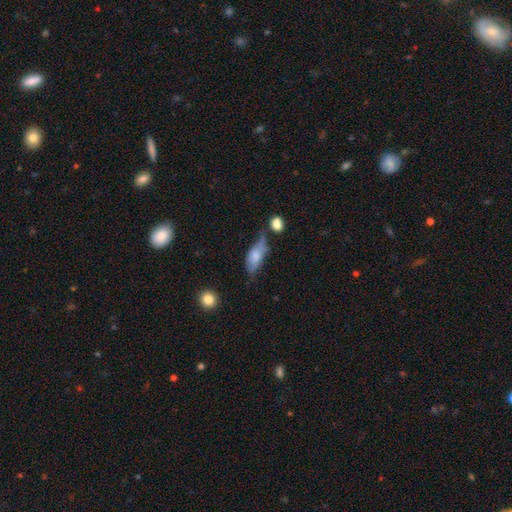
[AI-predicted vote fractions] This is likely a smooth galaxy (67%). How rounded: likely in between (78%). Merging: marginally minor disturbance (35%).